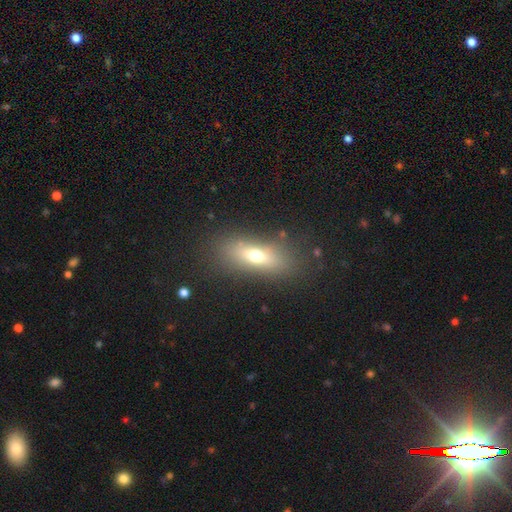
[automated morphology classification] The model was most divided on "how rounded": in between: 63%, cigar-shaped: 30%, round: 7%. More confident: merging — none (79%); smooth or featured — smooth (62%).